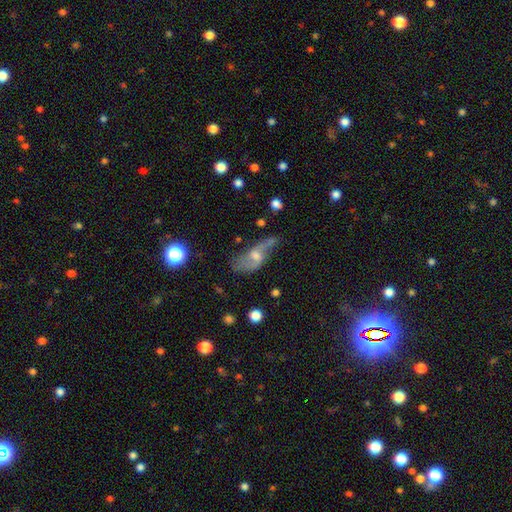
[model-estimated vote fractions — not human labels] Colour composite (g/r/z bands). It shows a featured or disk galaxy (69%) with no bar (53%), 2 (81%) loose (76%) spiral arms (83%) and a moderate central bulge (48%). Merging: none (46%).